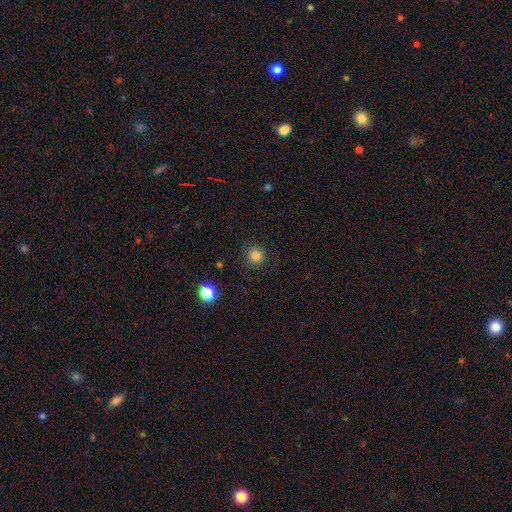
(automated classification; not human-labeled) A smooth galaxy with no disk features (82%) that is round (94%). Merging: none (88%).